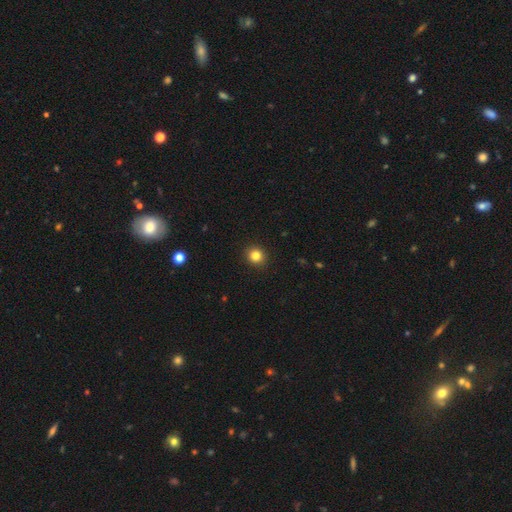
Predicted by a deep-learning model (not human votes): Q: Smooth or featured?
A: smooth (83%); runner-up: star or artifact (12%)
Q: How rounded?
A: round (88%); runner-up: in between (11%)
Q: Merging?
A: none (92%); runner-up: minor disturbance (5%)